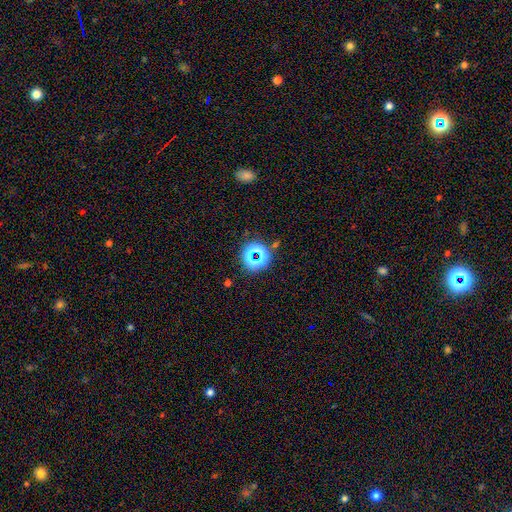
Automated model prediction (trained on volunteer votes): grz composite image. It shows a star or artifact, not a galaxy (57%).